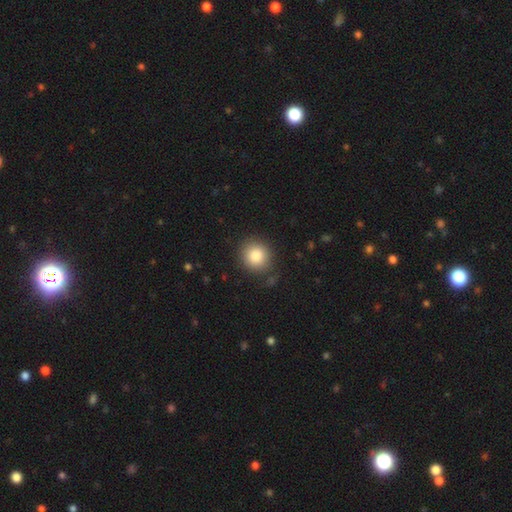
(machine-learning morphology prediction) Q: Smooth or featured?
A: smooth (84%); runner-up: star or artifact (9%)
Q: How rounded?
A: round (90%); runner-up: in between (9%)
Q: Merging?
A: none (85%); runner-up: minor disturbance (9%)